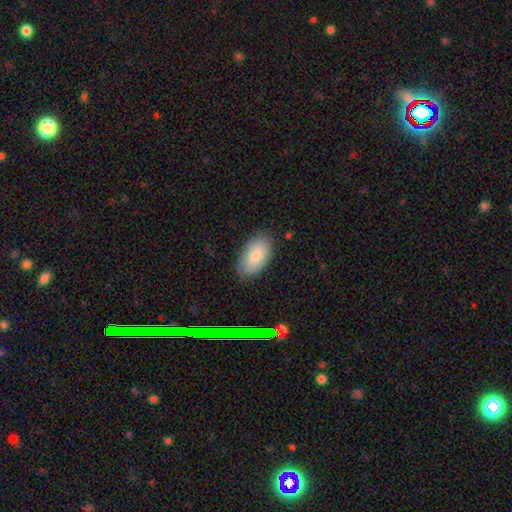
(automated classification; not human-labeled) Morphology: type=smooth (82%); roundness=in between (95%); merging=none (83%).